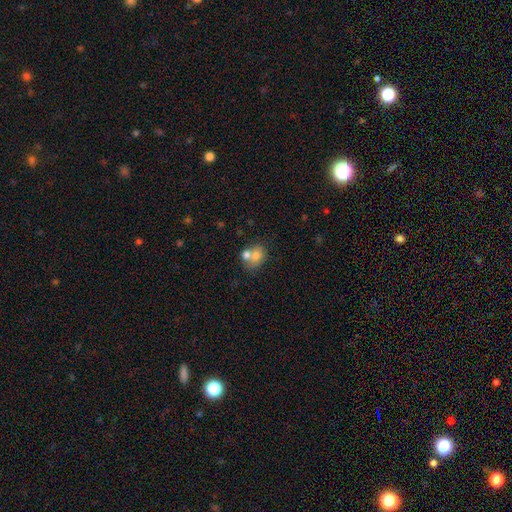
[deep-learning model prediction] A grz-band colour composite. It shows a smooth galaxy with no disk features (70%) that is in between round and cigar-shaped (53%). Merging: merger (51%).